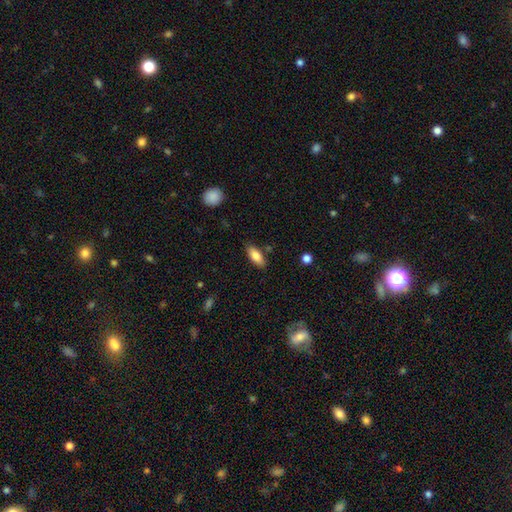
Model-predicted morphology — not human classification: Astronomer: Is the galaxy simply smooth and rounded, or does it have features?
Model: smooth — 81%.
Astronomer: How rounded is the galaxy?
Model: in between — 80%.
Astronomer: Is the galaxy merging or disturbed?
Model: none — 83%.